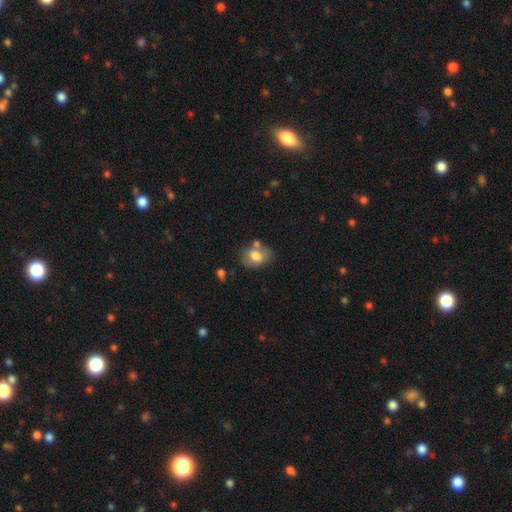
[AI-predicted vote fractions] smooth_or_featured: smooth (p=0.69) [alt: featured or disk p=0.23]
how_rounded: in between (p=0.75) [alt: round p=0.24]
merging: none (p=0.58) [alt: minor disturbance p=0.20]